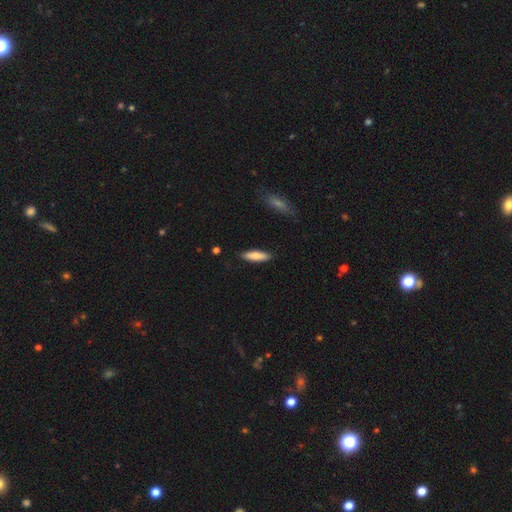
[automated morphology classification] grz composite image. It shows a smooth galaxy with no disk features (77%) that is cigar-shaped (63%). Merging: none (88%).